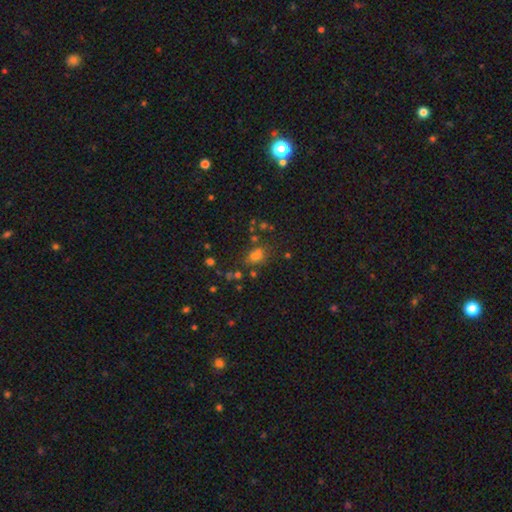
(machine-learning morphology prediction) smooth_or_featured: smooth (p=0.69) [alt: star or artifact p=0.23]
how_rounded: in between (p=0.69) [alt: round p=0.29]
merging: none (p=0.65) [alt: minor disturbance p=0.17]